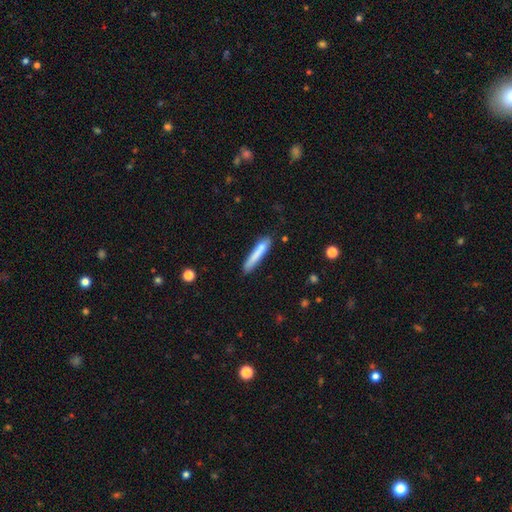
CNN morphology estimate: Smooth or featured? smooth (77%)
How rounded? cigar-shaped (93%)
Merging? none (76%)